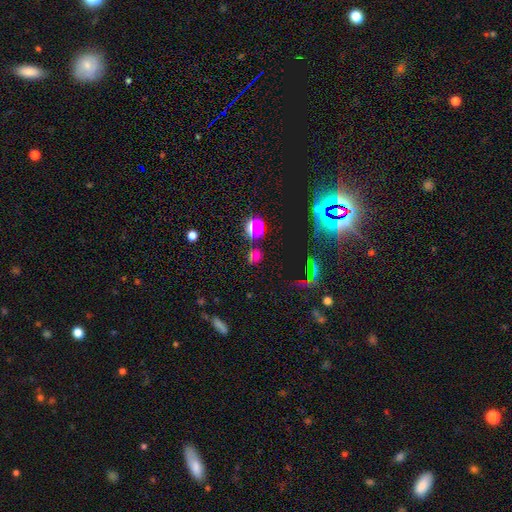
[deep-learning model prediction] This appears to be a star or artifact, not a galaxy (52%).